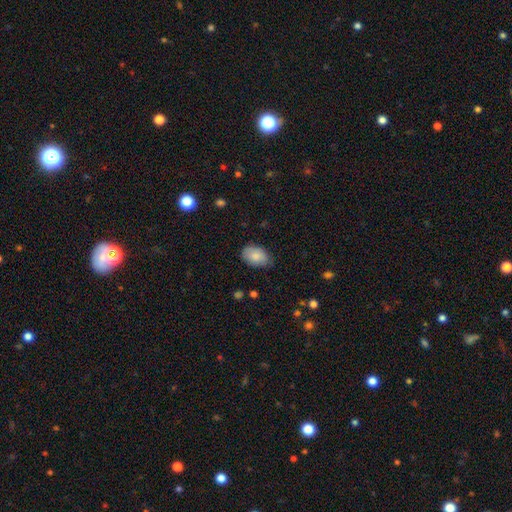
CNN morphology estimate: This is clearly a smooth galaxy (84%). How rounded: clearly in between (89%). Merging: likely none (72%).